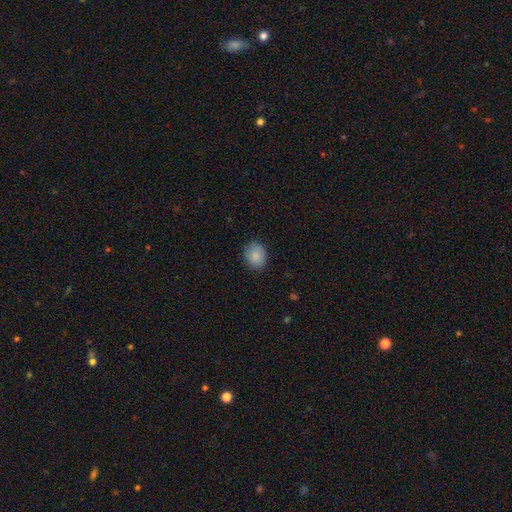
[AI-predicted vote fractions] This is clearly a smooth galaxy (86%). How rounded: possibly round (60%). Merging: clearly none (84%).